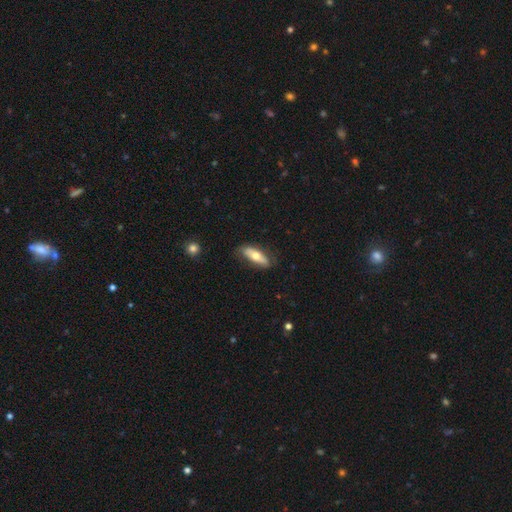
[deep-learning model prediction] Overall: smooth (60%; featured or disk 34%). How rounded: in between (59%; cigar-shaped 38%). Merging: none (76%).